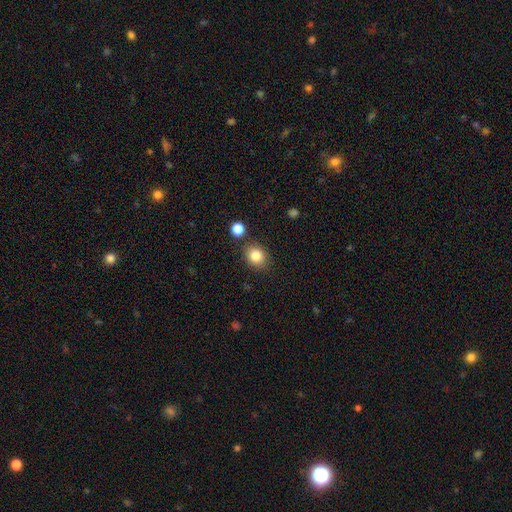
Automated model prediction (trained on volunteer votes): This is clearly a smooth galaxy (84%). How rounded: likely round (63%). Merging: clearly none (82%).